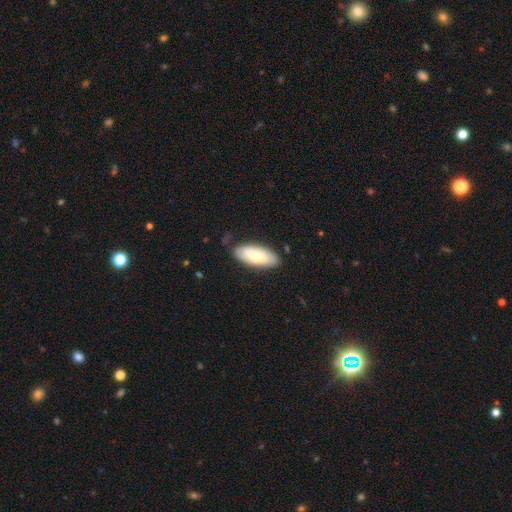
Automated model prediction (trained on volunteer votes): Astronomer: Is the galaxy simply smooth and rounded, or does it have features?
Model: smooth — 66%.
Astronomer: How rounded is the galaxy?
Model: in between — 85%.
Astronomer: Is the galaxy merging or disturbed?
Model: none — 79%.